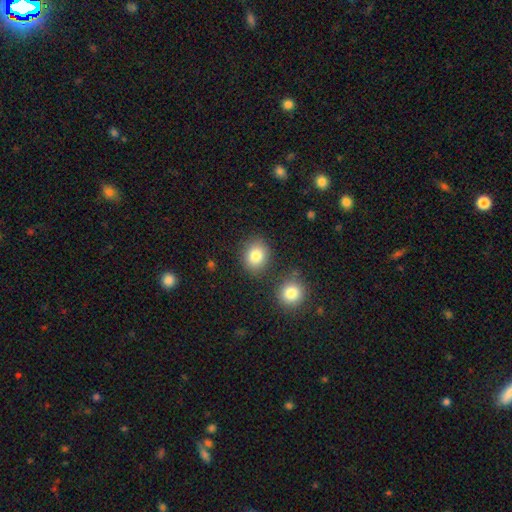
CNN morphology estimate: A smooth galaxy with no disk features (83%) that is round (65%).

Vote fractions:
- Smooth or featured? smooth: 83% / star or artifact: 9% / featured or disk: 7%
- How rounded? round: 65% / in between: 34% / cigar-shaped: 1%
- Merging? none: 79% / minor disturbance: 10% / merger: 8% / major disturbance: 3%